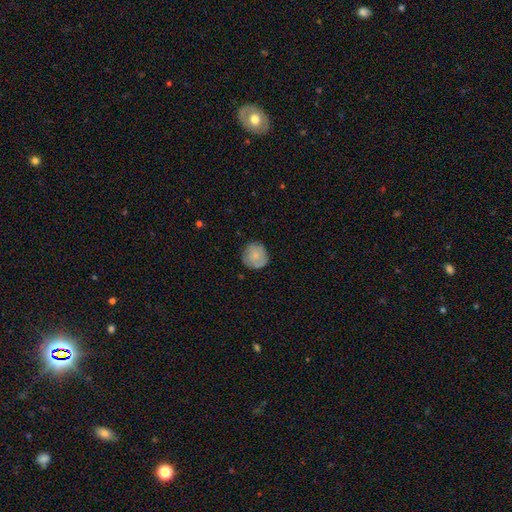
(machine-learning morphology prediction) The model was most divided on "smooth or featured": smooth: 75%, featured or disk: 18%, star or artifact: 7%. More confident: how rounded — round (91%); merging — none (81%).